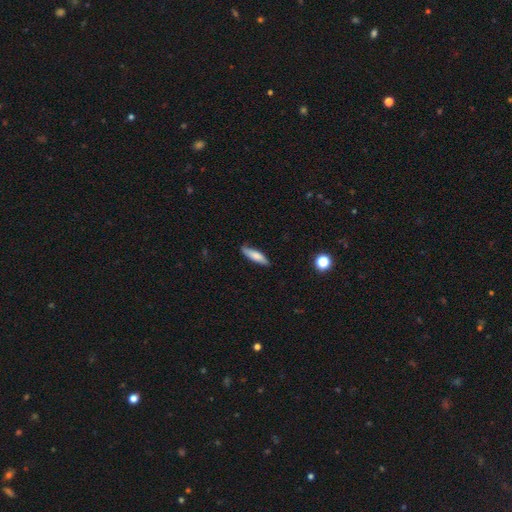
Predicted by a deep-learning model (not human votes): The model was most divided on "how rounded": cigar-shaped: 67%, in between: 31%, round: 2%. More confident: merging — none (80%); smooth or featured — smooth (75%).